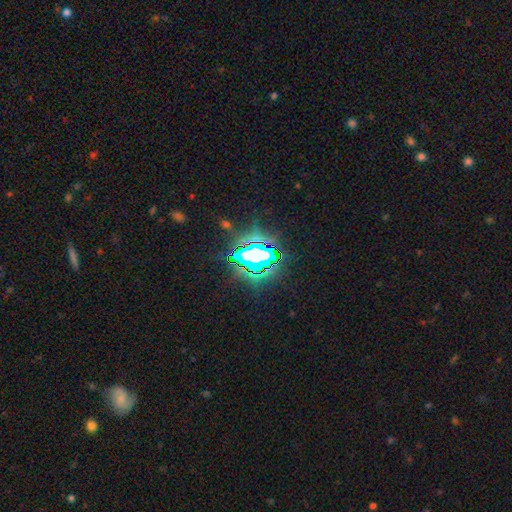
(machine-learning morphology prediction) Smooth or featured? star or artifact (77%)